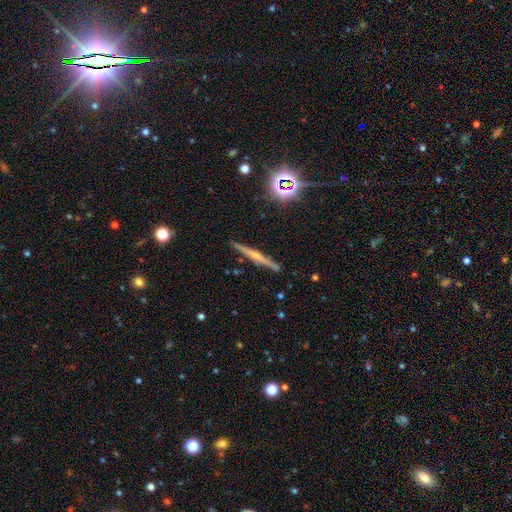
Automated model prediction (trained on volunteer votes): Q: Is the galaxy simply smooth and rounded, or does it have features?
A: featured or disk — 61%.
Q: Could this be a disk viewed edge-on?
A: yes — 97%.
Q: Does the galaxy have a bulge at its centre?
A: rounded — 61%.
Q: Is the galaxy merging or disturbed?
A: none — 89%.